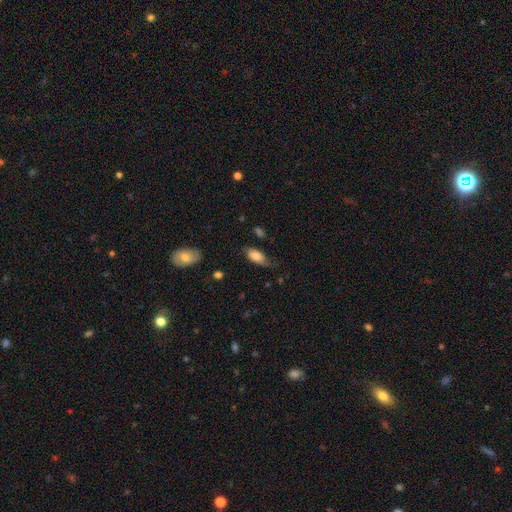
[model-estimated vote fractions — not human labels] Smooth or featured?
  - smooth: 69% *
  - featured or disk: 24%
  - star or artifact: 7%
How rounded?
  - in between: 90% *
  - cigar-shaped: 6%
  - round: 4%
Merging?
  - none: 54% *
  - minor disturbance: 31%
  - major disturbance: 13%
  - merger: 2%